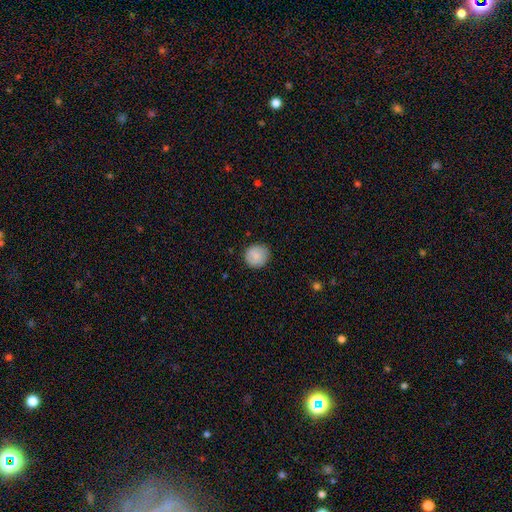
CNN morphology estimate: smooth 83%, featured or disk 10%, star or artifact 7%. Down the decision tree: how rounded — round (91%); merging — none (86%).